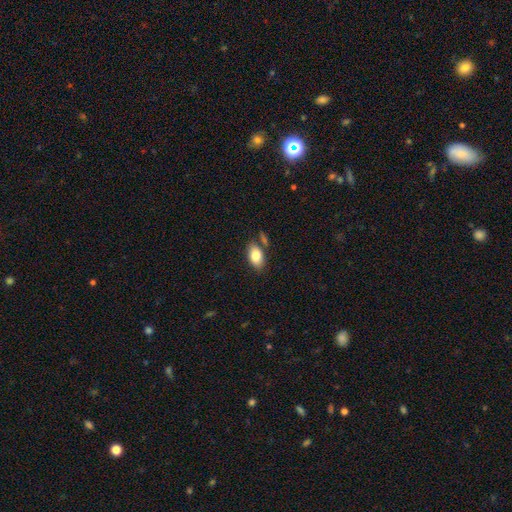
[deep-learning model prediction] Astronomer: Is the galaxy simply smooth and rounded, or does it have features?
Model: smooth — 83%.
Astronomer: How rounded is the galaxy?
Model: in between — 91%.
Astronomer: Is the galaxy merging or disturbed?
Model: none — 70%.